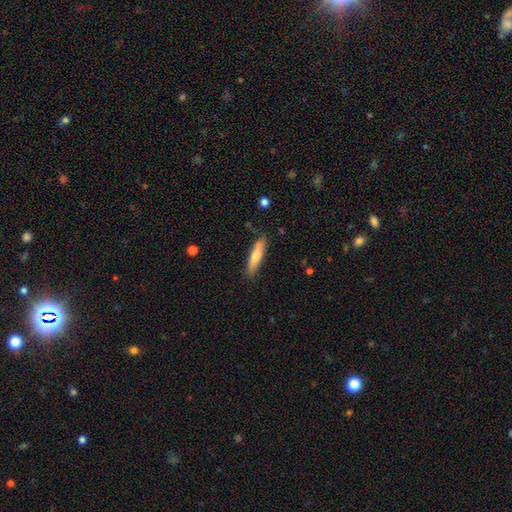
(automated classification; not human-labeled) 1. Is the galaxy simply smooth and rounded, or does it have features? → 68% smooth, 26% featured or disk, 6% star or artifact.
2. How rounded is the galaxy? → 80% cigar-shaped, 19% in between, 1% round.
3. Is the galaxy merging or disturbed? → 83% none, 13% minor disturbance, 2% major disturbance, 2% merger.